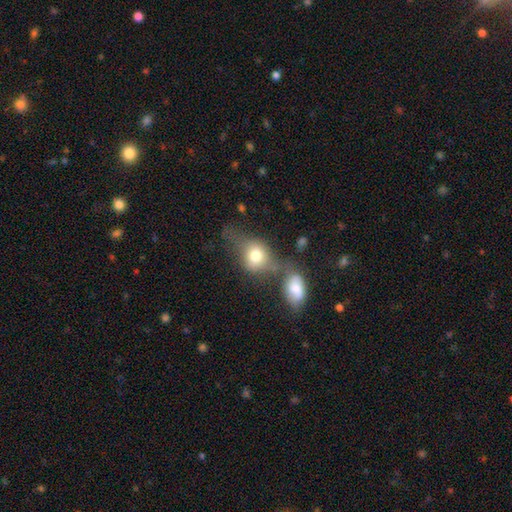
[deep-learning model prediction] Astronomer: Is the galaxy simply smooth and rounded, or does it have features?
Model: smooth — 69%.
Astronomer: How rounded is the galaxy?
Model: in between — 50% (runner-up: round, 47%).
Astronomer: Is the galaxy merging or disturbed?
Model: merger — 39% (runner-up: none, 30%).